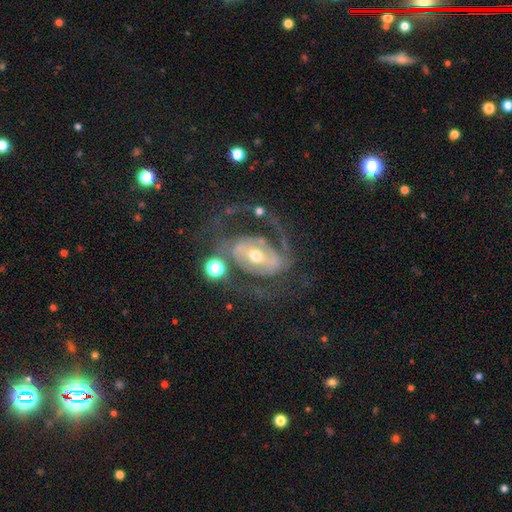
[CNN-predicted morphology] Q: Smooth or featured?
A: featured or disk (83%); runner-up: smooth (11%)
Q: Edge-on disk?
A: no (96%); runner-up: yes (4%)
Q: Bar?
A: strong (38%); runner-up: weak (37%)
Q: Spiral arms?
A: yes (83%); runner-up: no (17%)
Q: Spiral winding?
A: medium (48%); runner-up: loose (30%)
Q: Spiral arm count?
A: 2 (77%); runner-up: can't tell (10%)
Q: Bulge size?
A: moderate (65%); runner-up: small (27%)
Q: Merging?
A: none (49%); runner-up: major disturbance (27%)